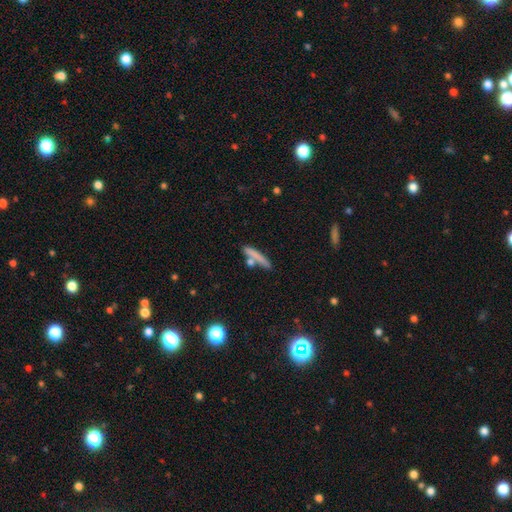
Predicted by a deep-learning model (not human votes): A smooth galaxy with no disk features (71%) that is cigar-shaped (89%). Merging: none (65%).